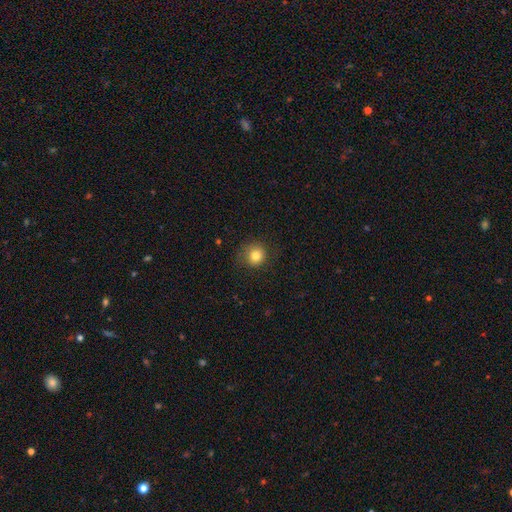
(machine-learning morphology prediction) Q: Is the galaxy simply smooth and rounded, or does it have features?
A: smooth — 80%.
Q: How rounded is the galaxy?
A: round — 91%.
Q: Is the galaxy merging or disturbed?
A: none — 80%.